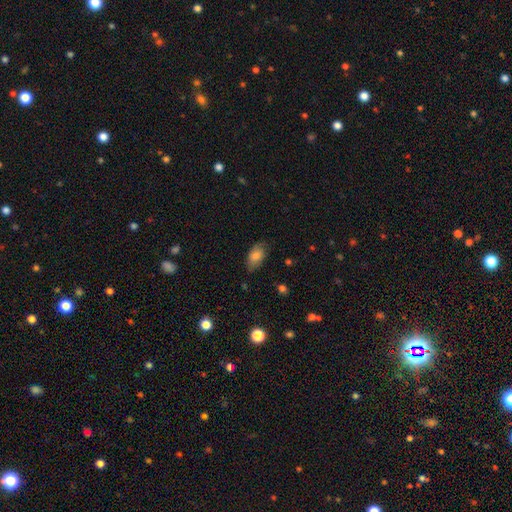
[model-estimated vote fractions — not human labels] Smooth or featured? Predicted: smooth (p=0.75). How rounded? Predicted: in between (p=0.91). Merging? Predicted: none (p=0.70).